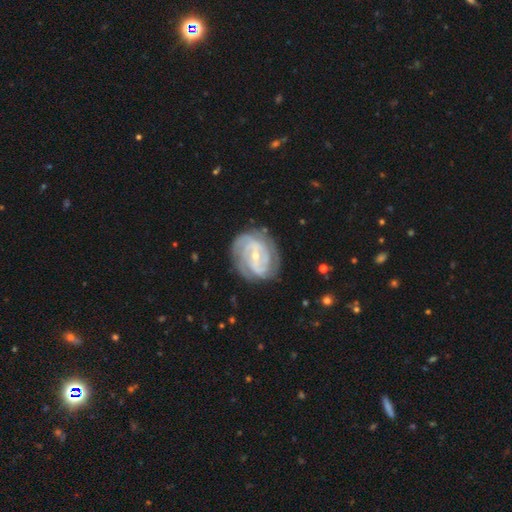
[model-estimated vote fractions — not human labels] smooth-or-featured: featured or disk: 88% | smooth: 7% | star or artifact: 5%
  disk-edge-on: no: 98% | yes: 2%
    bar: weak: 44% | no: 32% | strong: 23%
    has-spiral-arms: yes: 96% | no: 4%
      spiral-winding: tight: 62% | medium: 31% | loose: 7%
      spiral-arm-count: 2: 38% | 3: 22% | can't tell: 21% | 4: 8% | 1: 5% | more than 4: 5%
    bulge-size: small: 64% | moderate: 33% | large: 1% | none: 1% | dominant: 1%
  merging: none: 76% | minor disturbance: 16% | major disturbance: 6% | merger: 1%